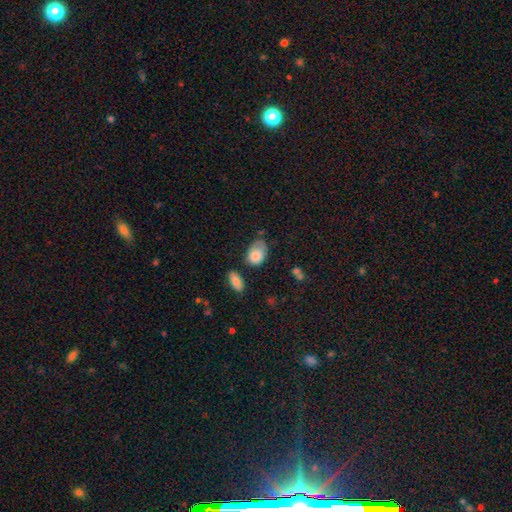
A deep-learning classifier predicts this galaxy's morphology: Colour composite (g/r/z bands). It shows a smooth galaxy with no disk features (81%) that is in between round and cigar-shaped (82%). Merging: none (41%).